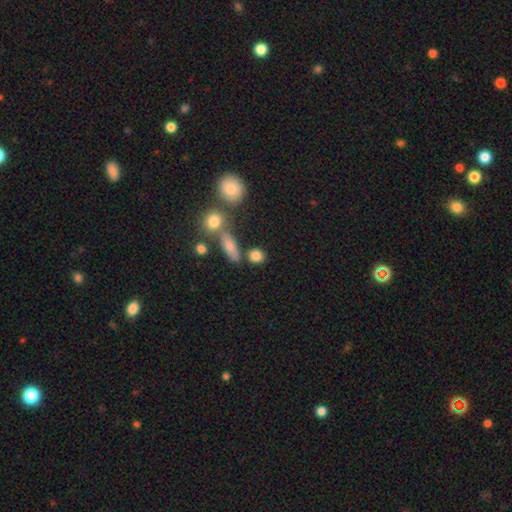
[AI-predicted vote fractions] The model was most divided on "how rounded": round: 70%, in between: 24%, cigar-shaped: 5%. More confident: smooth or featured — smooth (83%); merging — none (73%).